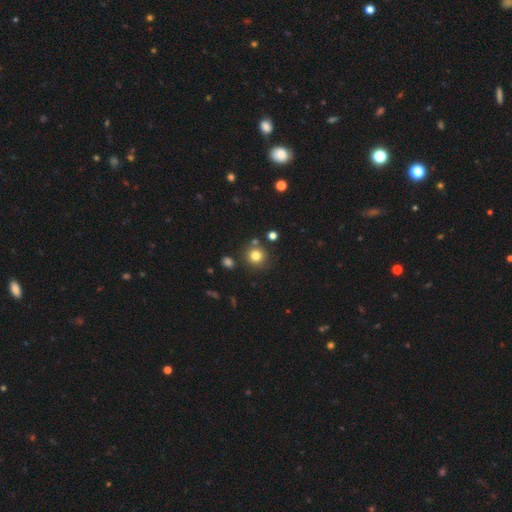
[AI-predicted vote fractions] Q: Smooth or featured?
A: smooth (79%); runner-up: star or artifact (13%)
Q: How rounded?
A: round (92%); runner-up: in between (7%)
Q: Merging?
A: none (81%); runner-up: minor disturbance (9%)